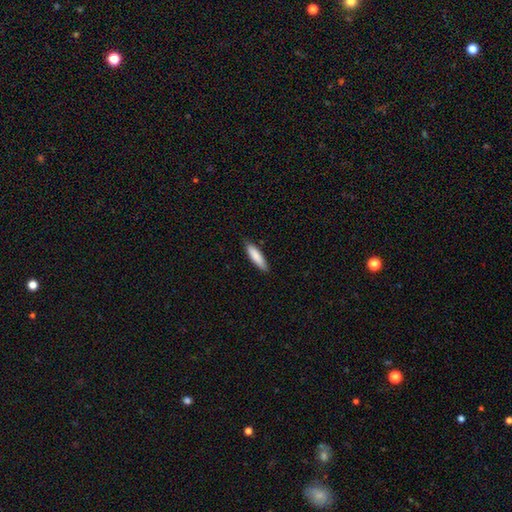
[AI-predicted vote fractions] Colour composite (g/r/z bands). It shows a smooth galaxy with no disk features (86%) that is cigar-shaped (71%). Merging: none (86%).